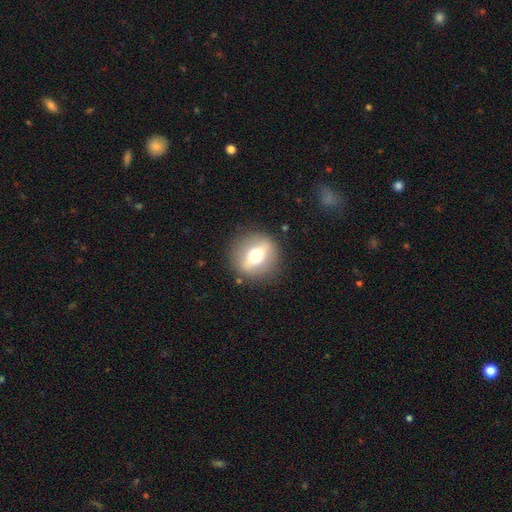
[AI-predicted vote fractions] This appears to be a featured or disk galaxy (47%). Merging: none (87%).